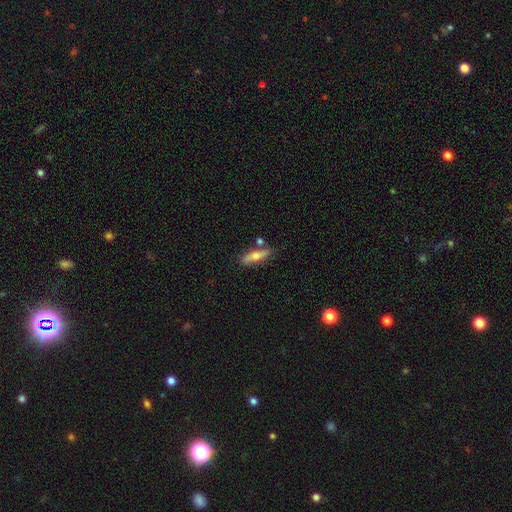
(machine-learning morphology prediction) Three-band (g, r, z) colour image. It shows a smooth galaxy with no disk features (64%) that is cigar-shaped (58%). Merging: none (73%).